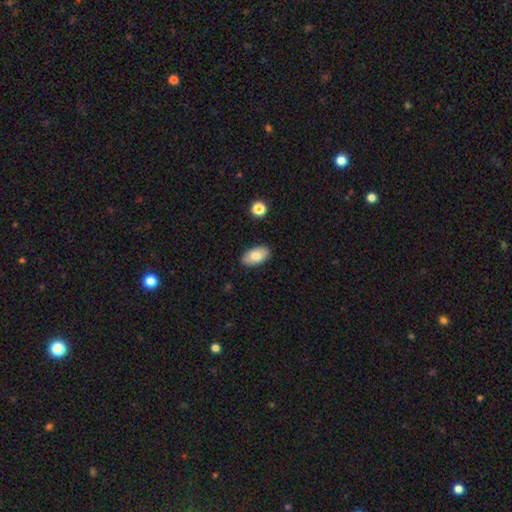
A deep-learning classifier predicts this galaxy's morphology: This appears to be a smooth galaxy with no disk features (79%) that is in between round and cigar-shaped (94%). Merging: none (87%).